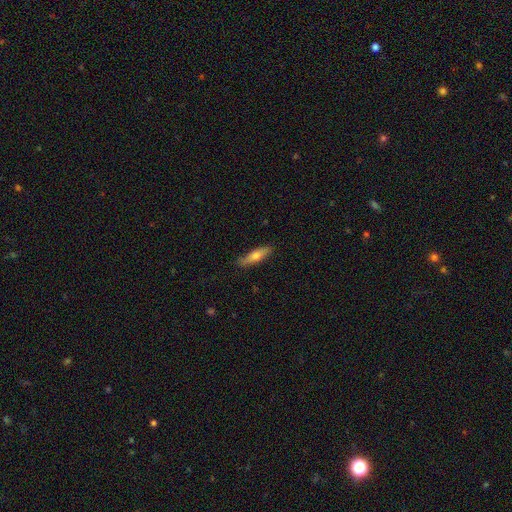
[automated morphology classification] smooth 62%, featured or disk 32%, star or artifact 6%. Down the decision tree: how rounded — cigar-shaped (72%); merging — none (84%).